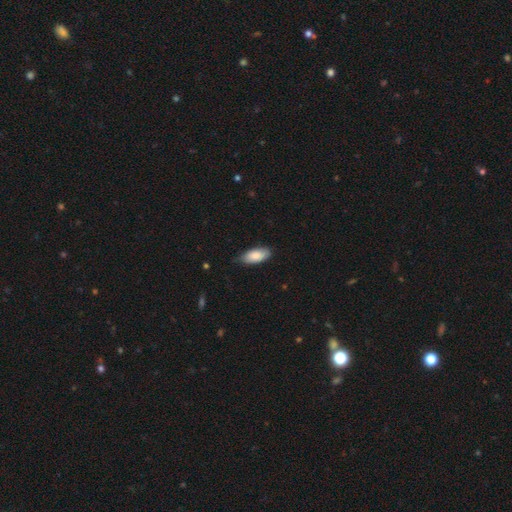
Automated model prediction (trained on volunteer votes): The model was most divided on "merging": none: 71%, minor disturbance: 25%, major disturbance: 3%, merger: 1%. More confident: how rounded — in between (89%); smooth or featured — smooth (85%).